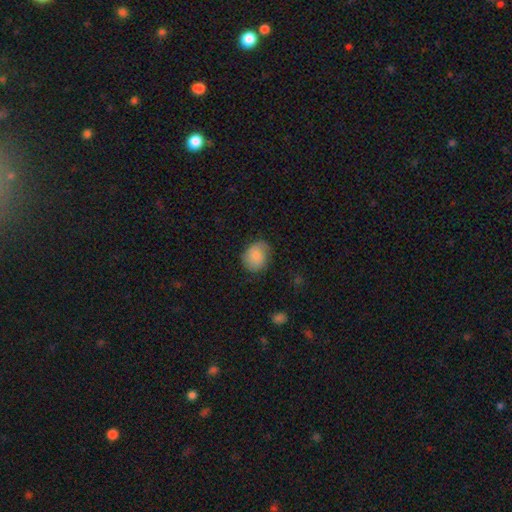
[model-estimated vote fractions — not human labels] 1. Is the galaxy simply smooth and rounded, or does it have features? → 81% smooth, 11% featured or disk, 7% star or artifact.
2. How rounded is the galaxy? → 52% round, 47% in between, 1% cigar-shaped.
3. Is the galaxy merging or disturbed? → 68% none, 25% minor disturbance, 6% major disturbance, 1% merger.